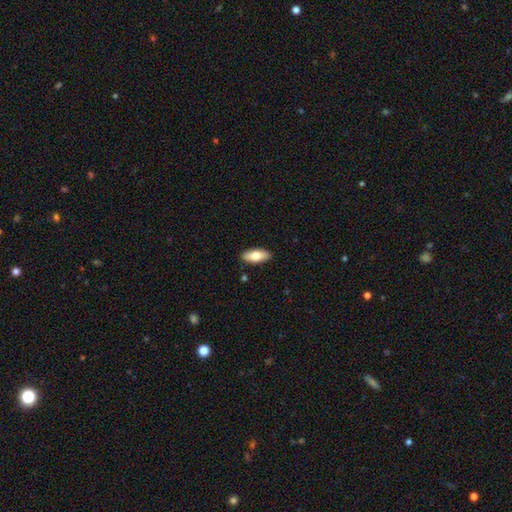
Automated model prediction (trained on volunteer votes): Q: Smooth or featured?
A: smooth (75%); runner-up: featured or disk (19%)
Q: How rounded?
A: in between (84%); runner-up: cigar-shaped (13%)
Q: Merging?
A: none (89%); runner-up: minor disturbance (8%)